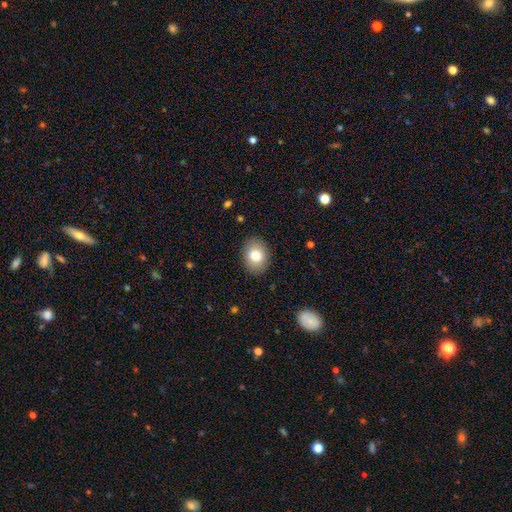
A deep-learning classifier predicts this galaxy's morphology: smooth-or-featured: smooth: 79% | featured or disk: 13% | star or artifact: 8%
  how-rounded: in between: 62% | round: 37% | cigar-shaped: 1%
  merging: none: 88% | minor disturbance: 9% | major disturbance: 2% | merger: 1%